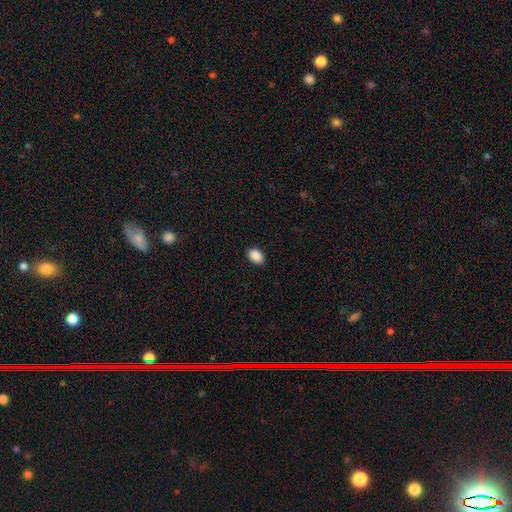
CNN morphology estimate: The model was most divided on "how rounded": in between: 86%, round: 13%, cigar-shaped: 1%. More confident: smooth or featured — smooth (90%); merging — none (89%).